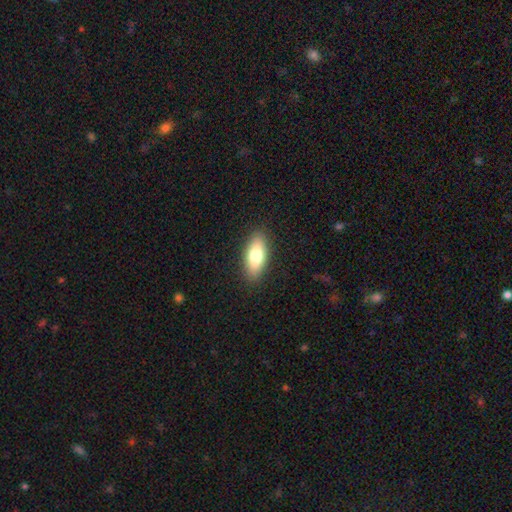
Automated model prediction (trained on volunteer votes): This is likely a smooth galaxy (79%). How rounded: clearly in between (81%). Merging: clearly none (88%).